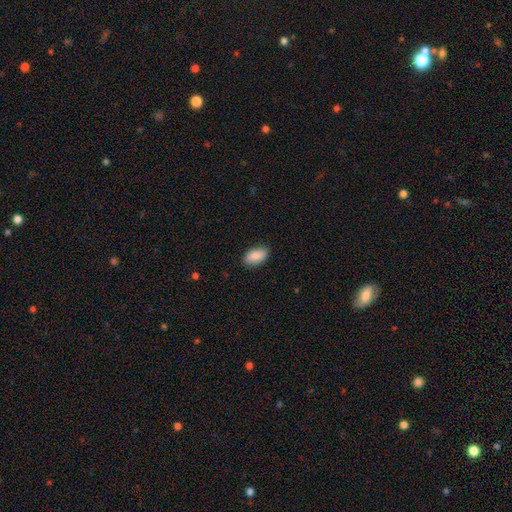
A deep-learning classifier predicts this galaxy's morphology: This appears to be a smooth galaxy with no disk features (88%) that is in between round and cigar-shaped (93%). Merging: none (85%).